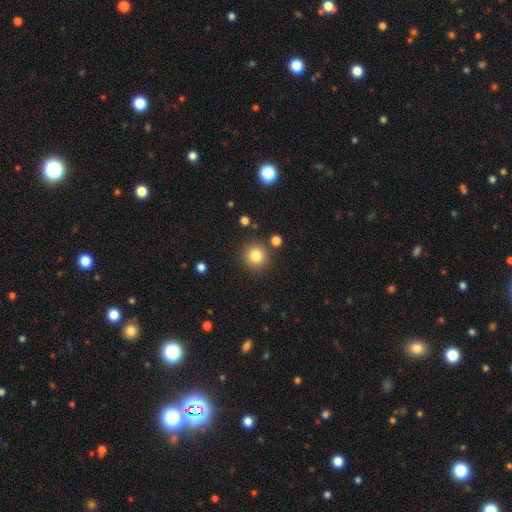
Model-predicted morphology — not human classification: A smooth galaxy with no disk features (82%) that is round (93%).

Vote fractions:
- Smooth or featured? smooth: 82% / star or artifact: 11% / featured or disk: 7%
- How rounded? round: 93% / in between: 6% / cigar-shaped: 1%
- Merging? none: 87% / minor disturbance: 7% / merger: 4% / major disturbance: 2%